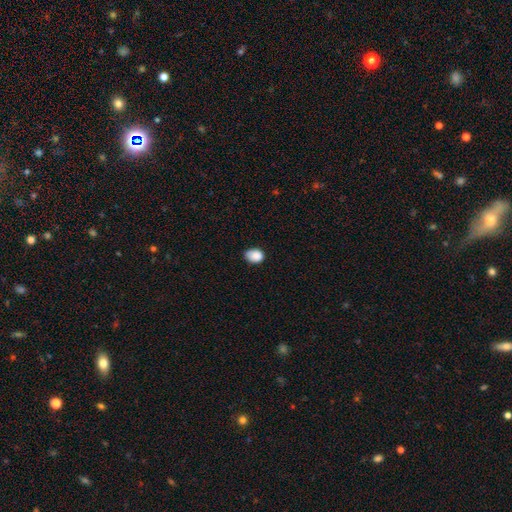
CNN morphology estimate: A smooth galaxy with no disk features (87%) that is in between round and cigar-shaped (56%). Merging: none (71%).